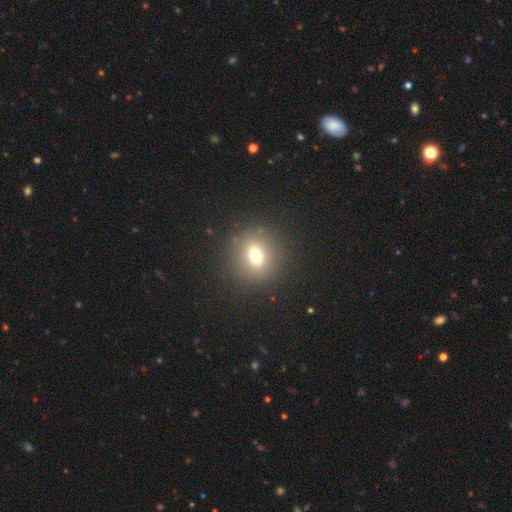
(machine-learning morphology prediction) smooth-or-featured: smooth: 70% | star or artifact: 17% | featured or disk: 13%
  how-rounded: round: 78% | in between: 21% | cigar-shaped: 1%
  merging: none: 88% | minor disturbance: 7% | major disturbance: 4% | merger: 1%